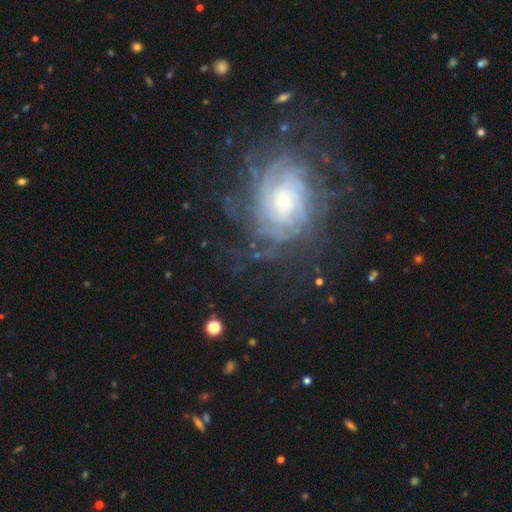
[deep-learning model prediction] Overall: featured or disk (80%). Edge-on disk: no (97%). Bar: no (68%). Spiral arms: yes (94%). Spiral arm count: can't tell (43%; more than 4 17%). Spiral winding: tight (72%). Bulge size: small (52%; moderate 35%). Merging: none (72%).